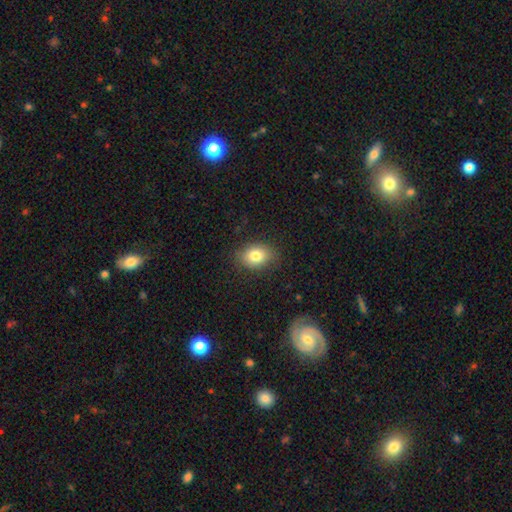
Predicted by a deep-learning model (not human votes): smooth_or_featured: smooth (p=0.81) [alt: featured or disk p=0.10]
how_rounded: in between (p=0.69) [alt: round p=0.30]
merging: none (p=0.84) [alt: minor disturbance p=0.12]